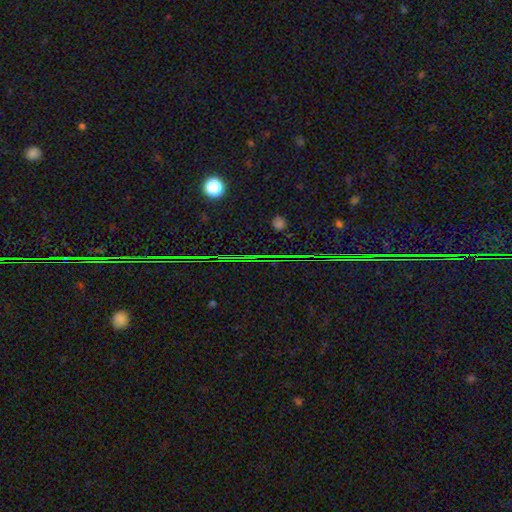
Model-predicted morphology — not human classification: Q: Smooth or featured?
A: star or artifact (83%); runner-up: smooth (9%)